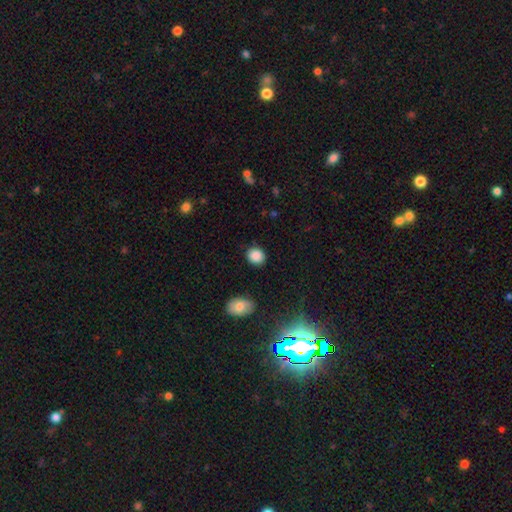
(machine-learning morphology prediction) This is clearly a smooth galaxy (88%). How rounded: likely round (67%). Merging: clearly none (86%).